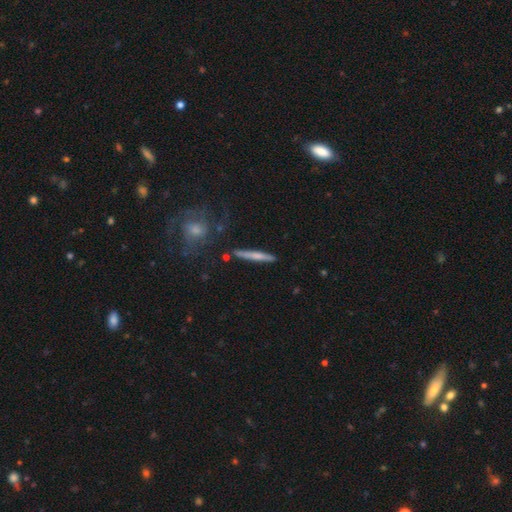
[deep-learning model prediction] Smooth or featured? Predicted: smooth (p=0.55). How rounded? Predicted: cigar-shaped (p=0.94). Merging? Predicted: none (p=0.84).